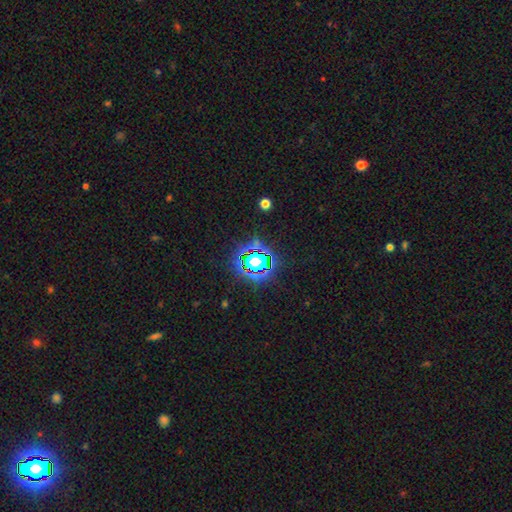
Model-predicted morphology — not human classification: smooth-or-featured: star or artifact: 77% | smooth: 15% | featured or disk: 8%